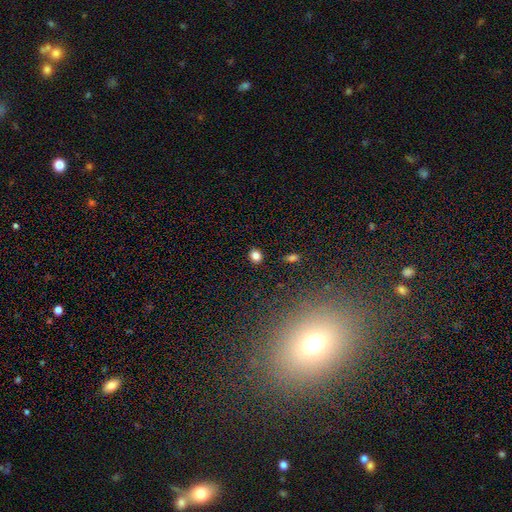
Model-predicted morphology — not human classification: Smooth or featured?
  - smooth: 83% *
  - star or artifact: 12%
  - featured or disk: 5%
How rounded?
  - round: 73% *
  - in between: 26%
  - cigar-shaped: 1%
Merging?
  - none: 89% *
  - minor disturbance: 7%
  - major disturbance: 2%
  - merger: 2%